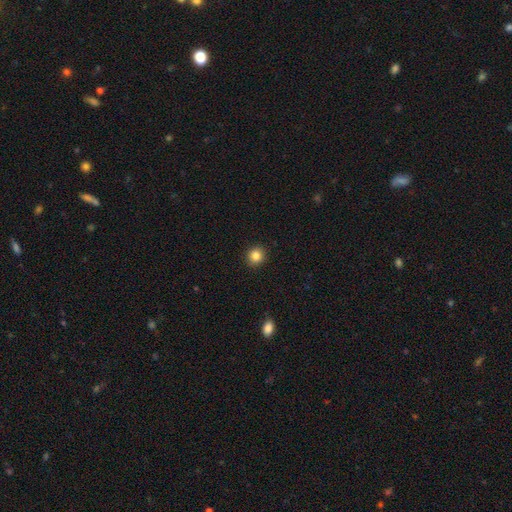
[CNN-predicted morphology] Overall: smooth (85%). How rounded: round (90%). Merging: none (92%).